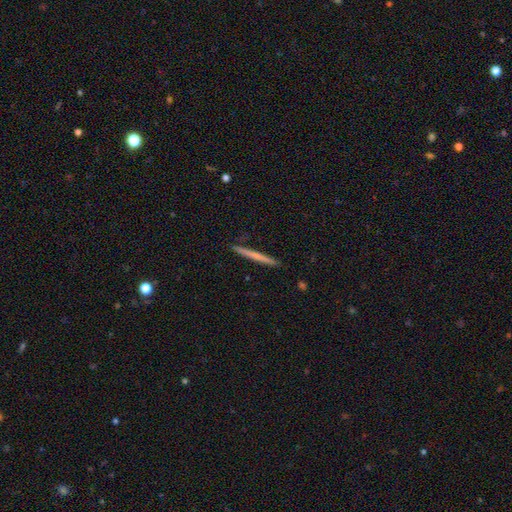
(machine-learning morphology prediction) type=smooth (58%); roundness=cigar-shaped (97%); merging=none (92%).